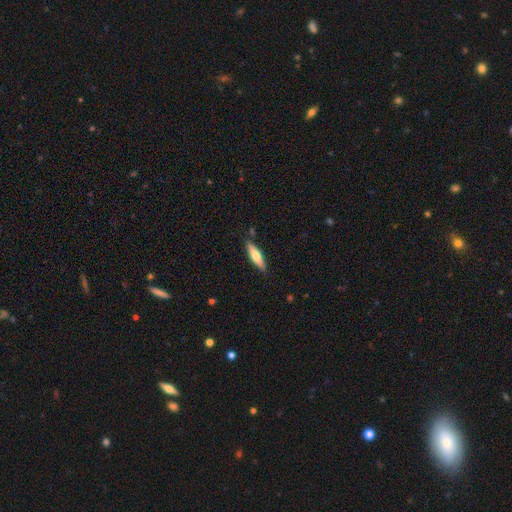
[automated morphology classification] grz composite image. It shows a smooth galaxy with no disk features (55%) that is cigar-shaped (69%). Merging: none (85%).